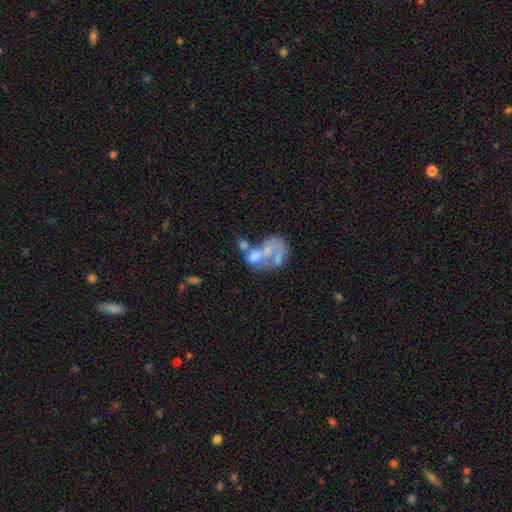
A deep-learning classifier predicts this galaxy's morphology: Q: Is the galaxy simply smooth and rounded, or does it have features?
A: featured or disk — 53%.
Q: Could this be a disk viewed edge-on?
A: no — 98%.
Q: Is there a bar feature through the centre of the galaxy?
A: no — 89%.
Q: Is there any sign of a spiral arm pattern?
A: no — 89%.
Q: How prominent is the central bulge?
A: none — 61%.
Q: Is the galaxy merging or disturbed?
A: merger — 46%.